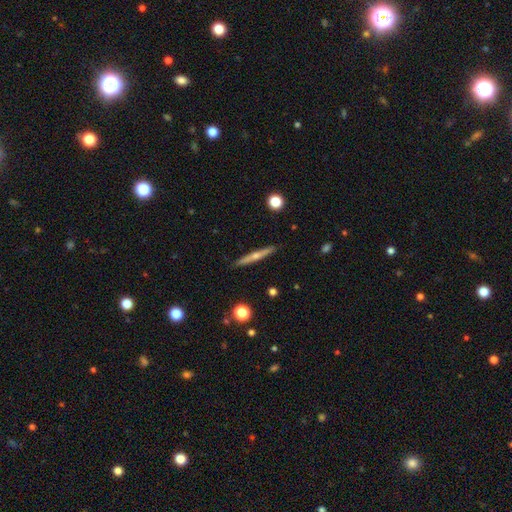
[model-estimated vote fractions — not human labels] smooth_or_featured: featured or disk (p=0.64) [alt: smooth p=0.30]
disk_edge_on: yes (p=0.97) [alt: no p=0.03]
edge_on_bulge: rounded (p=0.81) [alt: none p=0.16]
merging: none (p=0.91) [alt: minor disturbance p=0.07]